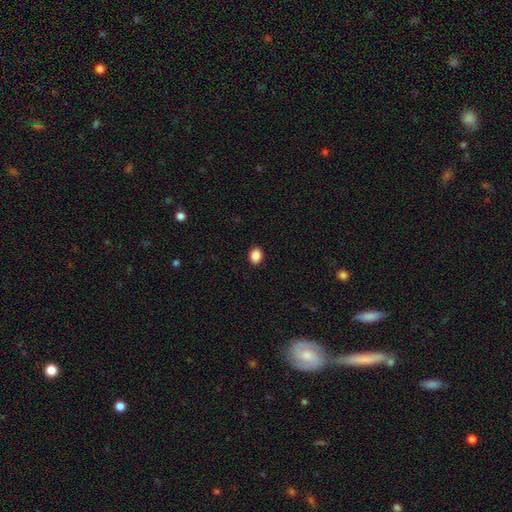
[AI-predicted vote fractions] Smooth or featured? smooth (89%)
How rounded? in between (60%)
Merging? none (91%)